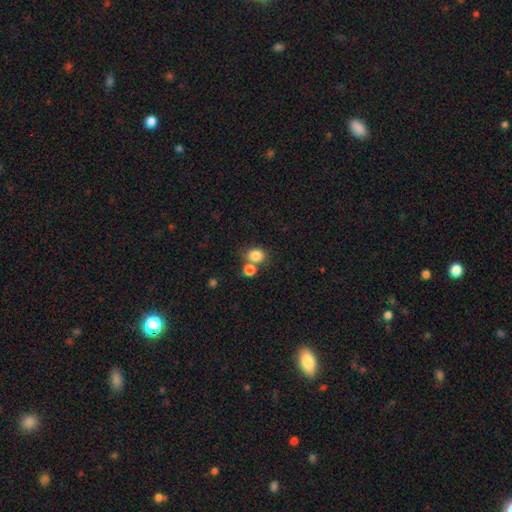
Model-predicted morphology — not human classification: smooth-or-featured: smooth: 83% | star or artifact: 11% | featured or disk: 6%
  how-rounded: round: 60% | in between: 39% | cigar-shaped: 1%
  merging: none: 58% | merger: 28% | minor disturbance: 10% | major disturbance: 4%